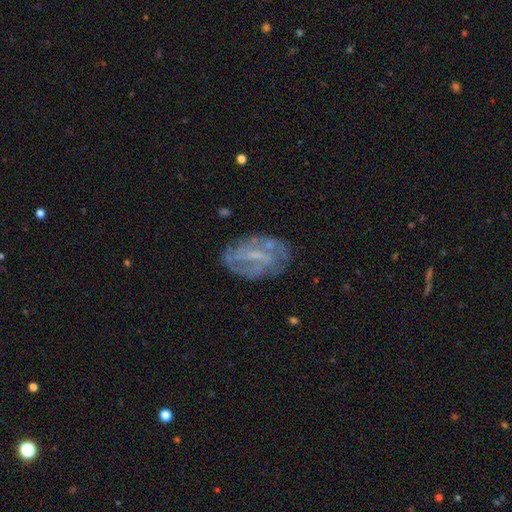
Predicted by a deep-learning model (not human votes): smooth_or_featured: featured or disk (p=0.73) [alt: smooth p=0.18]
disk_edge_on: no (p=0.95) [alt: yes p=0.05]
bar: weak (p=0.45) [alt: strong p=0.29]
has_spiral_arms: yes (p=0.72) [alt: no p=0.28]
bulge_size: small (p=0.44) [alt: none p=0.36]
merging: none (p=0.65) [alt: minor disturbance p=0.20]